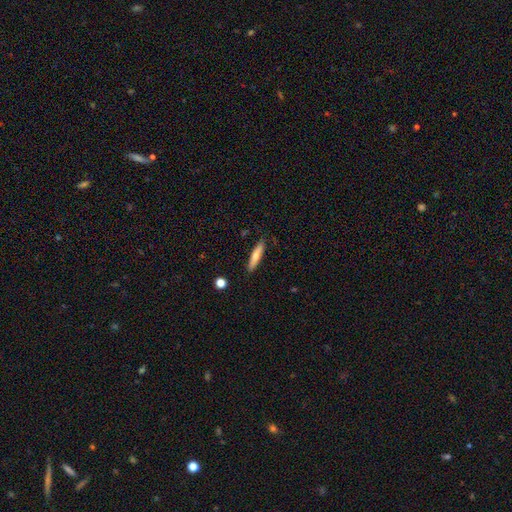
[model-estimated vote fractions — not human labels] The model was most divided on "smooth or featured": smooth: 71%, featured or disk: 23%, star or artifact: 6%. More confident: merging — none (86%); how rounded — cigar-shaped (86%).